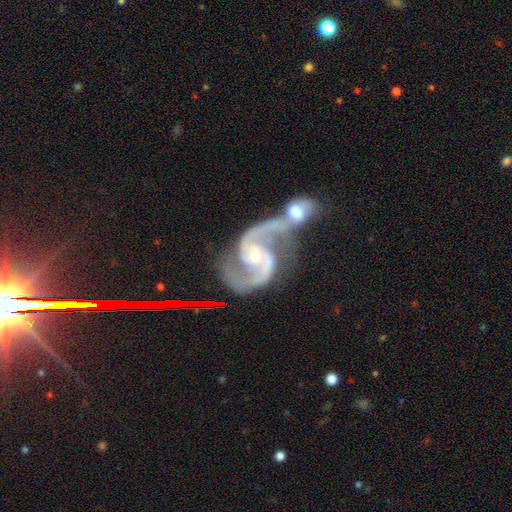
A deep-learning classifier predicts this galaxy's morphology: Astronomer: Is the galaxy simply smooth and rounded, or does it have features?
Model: featured or disk — 94%.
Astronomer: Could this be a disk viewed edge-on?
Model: no — 98%.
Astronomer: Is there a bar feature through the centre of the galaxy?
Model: no — 43% (runner-up: weak, 40%).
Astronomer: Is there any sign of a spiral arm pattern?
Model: yes — 98%.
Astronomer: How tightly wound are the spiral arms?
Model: medium — 60%.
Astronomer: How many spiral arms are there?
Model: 2 — 94%.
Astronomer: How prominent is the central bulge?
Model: small — 61%.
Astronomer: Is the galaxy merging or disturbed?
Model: merger — 58%.